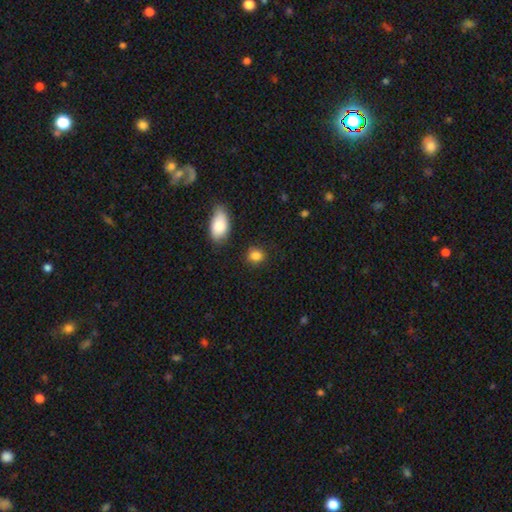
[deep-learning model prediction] A smooth galaxy with no disk features (85%) that is round (65%).

Vote fractions:
- Smooth or featured? smooth: 85% / star or artifact: 10% / featured or disk: 5%
- How rounded? round: 65% / in between: 34% / cigar-shaped: 2%
- Merging? none: 82% / minor disturbance: 11% / merger: 4% / major disturbance: 3%